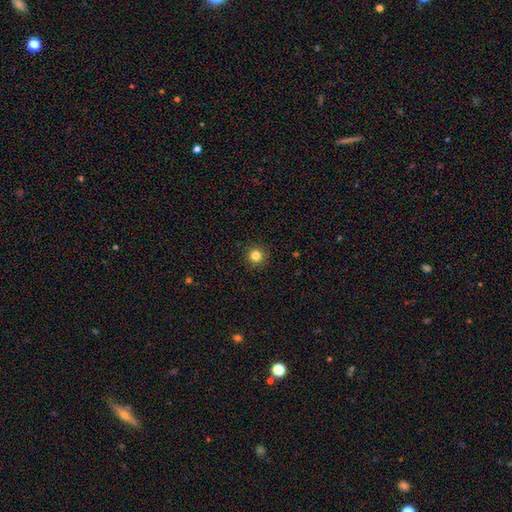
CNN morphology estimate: Overall: smooth (82%). How rounded: round (96%). Merging: none (92%).